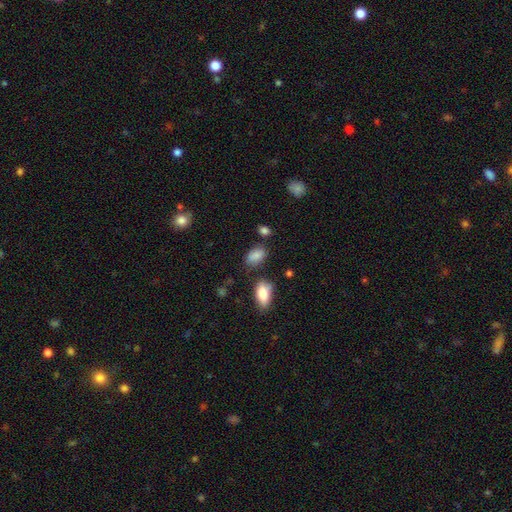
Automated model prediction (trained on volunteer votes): Smooth or featured?
  - smooth: 85% *
  - star or artifact: 9%
  - featured or disk: 6%
How rounded?
  - in between: 90% *
  - round: 8%
  - cigar-shaped: 2%
Merging?
  - none: 67% *
  - minor disturbance: 21%
  - merger: 7%
  - major disturbance: 5%